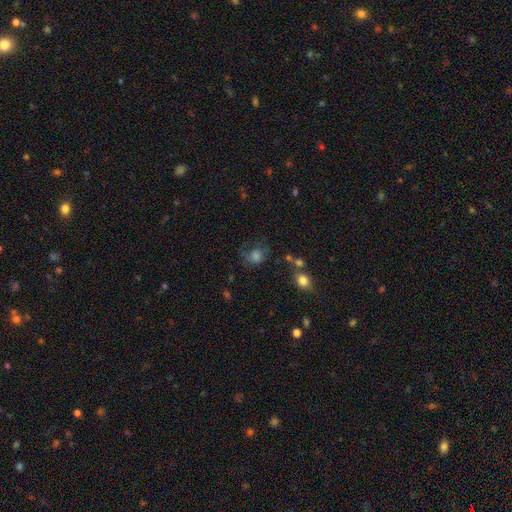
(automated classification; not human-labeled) A smooth galaxy with no disk features (59%) that is round (68%). Merging: none (48%).